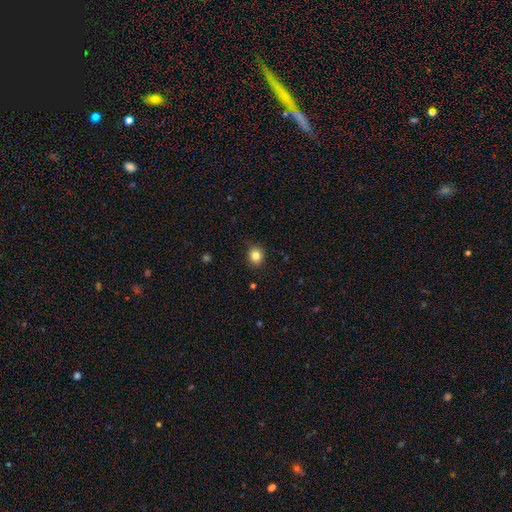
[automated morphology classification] type=smooth (83%); roundness=round (76%); merging=none (88%).